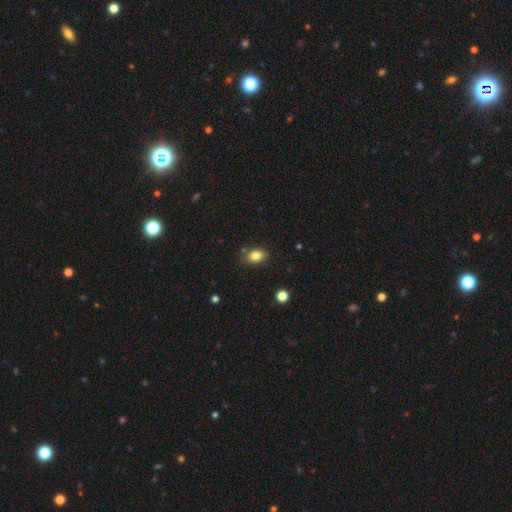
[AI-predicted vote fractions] Smooth or featured: smooth — 82% (star or artifact — 9%)
How rounded: in between — 82% (round — 16%)
Merging: none — 74% (minor disturbance — 17%)